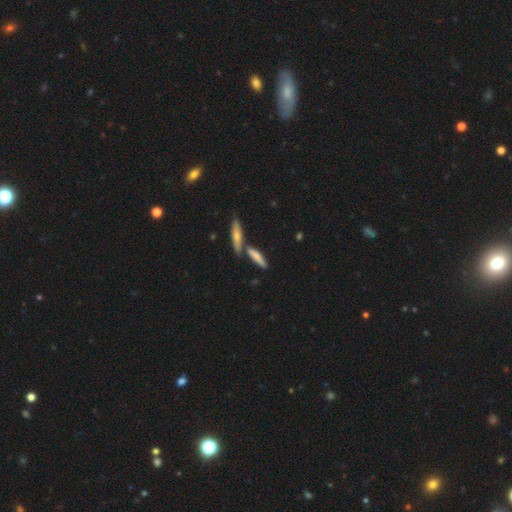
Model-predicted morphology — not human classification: A smooth galaxy with no disk features (61%) that is cigar-shaped (72%). Merging: none (59%).